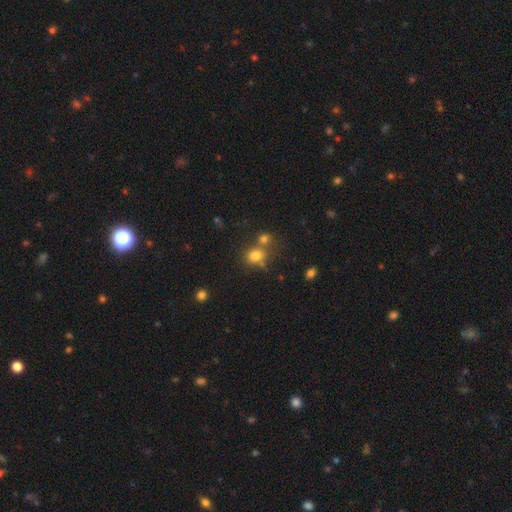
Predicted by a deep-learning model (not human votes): Morphology: type=smooth (78%); roundness=round (70%); merging=none (51%).